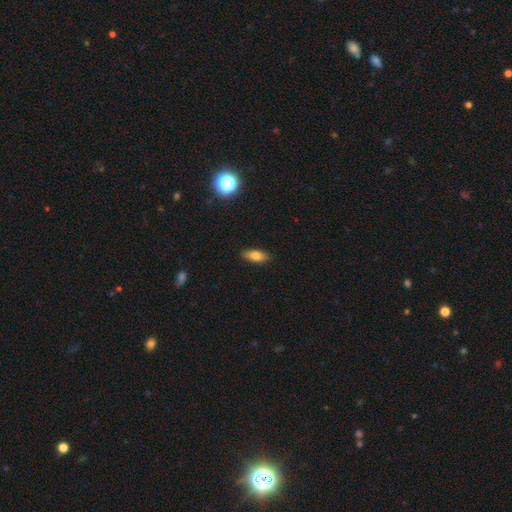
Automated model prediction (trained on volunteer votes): Overall: smooth (80%). How rounded: in between (80%). Merging: none (88%).